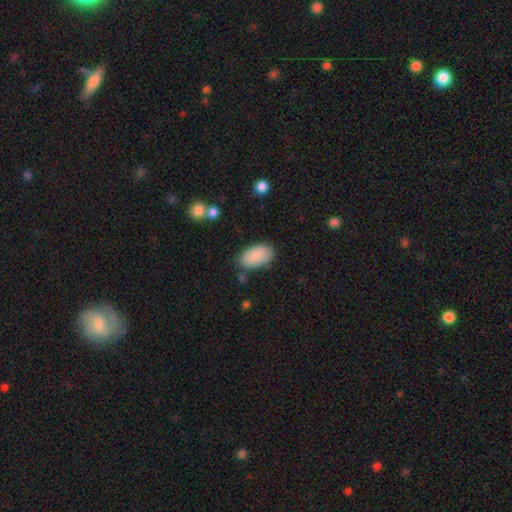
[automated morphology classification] Smooth or featured: smooth — 89% (star or artifact — 6%)
How rounded: in between — 95% (round — 3%)
Merging: none — 79% (minor disturbance — 14%)